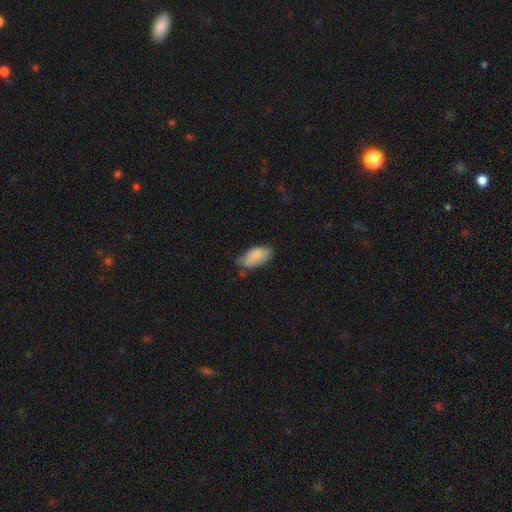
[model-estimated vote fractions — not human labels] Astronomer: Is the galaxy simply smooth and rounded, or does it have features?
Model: smooth — 83%.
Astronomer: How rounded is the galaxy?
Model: in between — 94%.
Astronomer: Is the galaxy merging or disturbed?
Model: none — 50% (runner-up: minor disturbance, 38%).